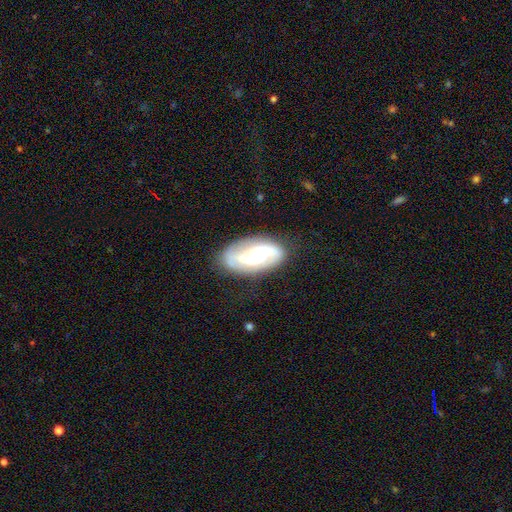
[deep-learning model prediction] smooth-or-featured: featured or disk: 80% | smooth: 14% | star or artifact: 5%
  disk-edge-on: no: 96% | yes: 4%
    bar: no: 47% | weak: 39% | strong: 14%
    has-spiral-arms: yes: 94% | no: 6%
      spiral-winding: medium: 47% | tight: 30% | loose: 24%
      spiral-arm-count: 2: 83% | can't tell: 7% | 3: 4% | 1: 2% | 4: 1% | more than 4: 1%
    bulge-size: moderate: 53% | large: 24% | small: 18% | dominant: 3% | none: 3%
  merging: none: 79% | minor disturbance: 14% | major disturbance: 5% | merger: 1%